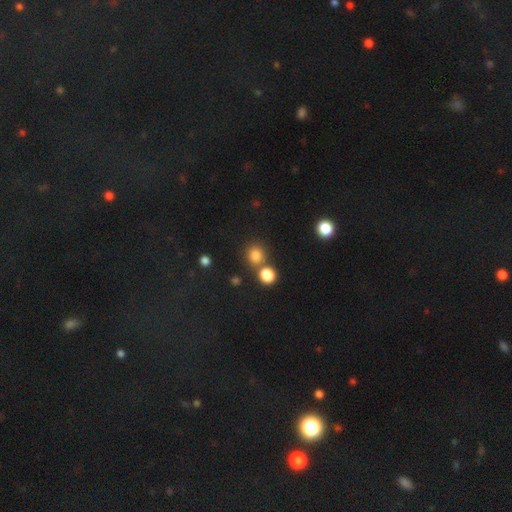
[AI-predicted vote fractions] smooth 80%, star or artifact 14%, featured or disk 5%. Down the decision tree: how rounded — round (83%); merging — none (65%).